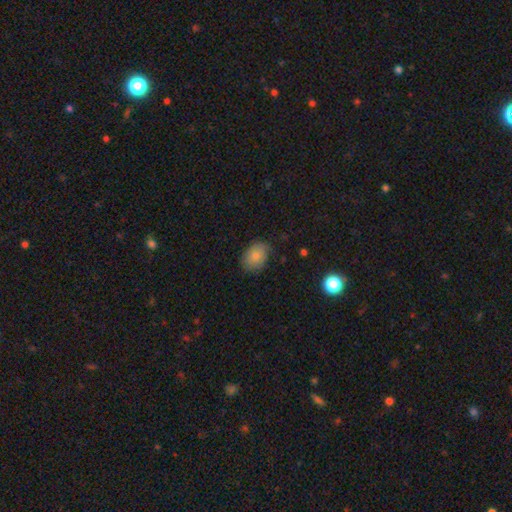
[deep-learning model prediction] Smooth or featured? Predicted: smooth (p=0.83). How rounded? Predicted: in between (p=0.74). Merging? Predicted: none (p=0.76).